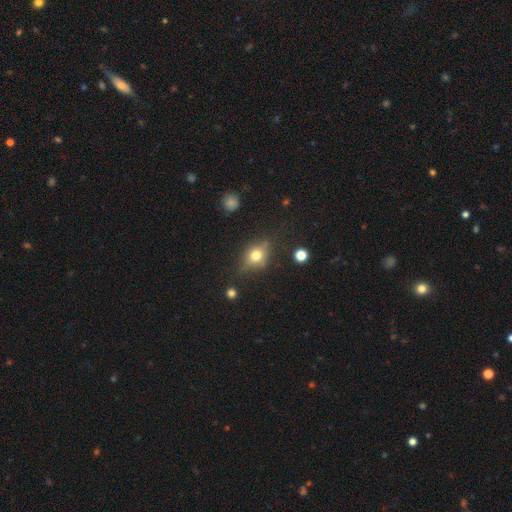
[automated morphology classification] type=smooth (67%); roundness=in between (55%); merging=none (71%).